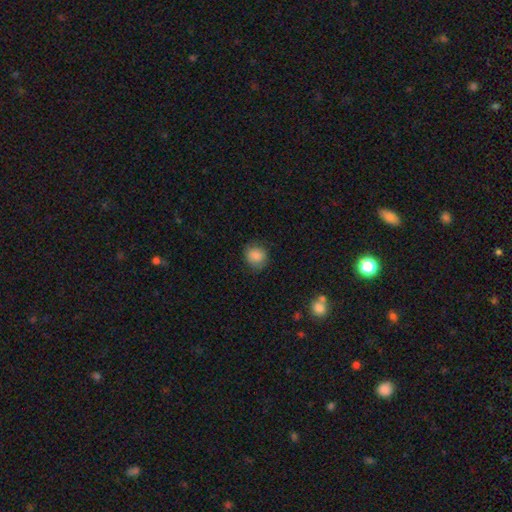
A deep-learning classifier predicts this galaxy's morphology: smooth_or_featured: smooth (p=0.86) [alt: star or artifact p=0.09]
how_rounded: round (p=0.78) [alt: in between p=0.22]
merging: none (p=0.82) [alt: minor disturbance p=0.13]